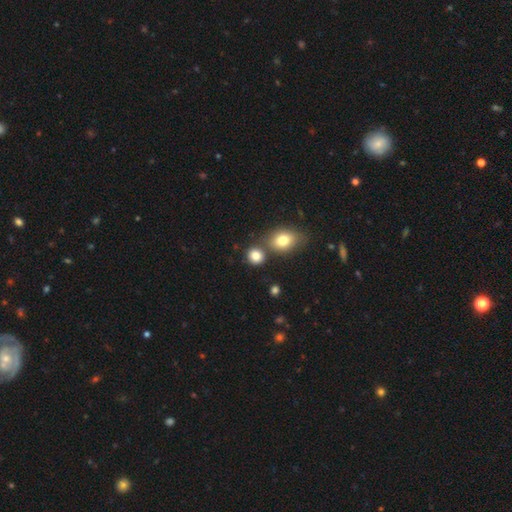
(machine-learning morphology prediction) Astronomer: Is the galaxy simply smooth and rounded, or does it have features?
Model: smooth — 82%.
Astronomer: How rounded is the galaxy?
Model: round — 79%.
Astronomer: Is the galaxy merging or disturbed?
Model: none — 67%.